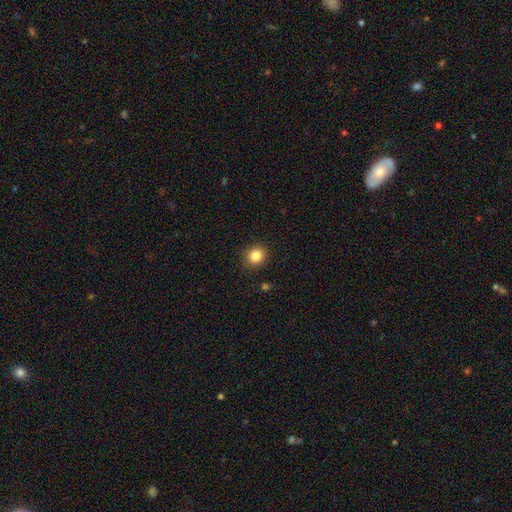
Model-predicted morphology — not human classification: Smooth or featured? smooth (85%)
How rounded? round (78%)
Merging? none (89%)